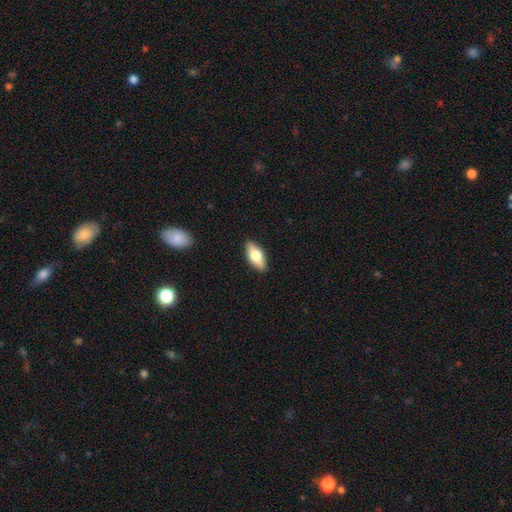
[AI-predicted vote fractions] A smooth galaxy with no disk features (67%) that is in between round and cigar-shaped (82%). Merging: none (89%).